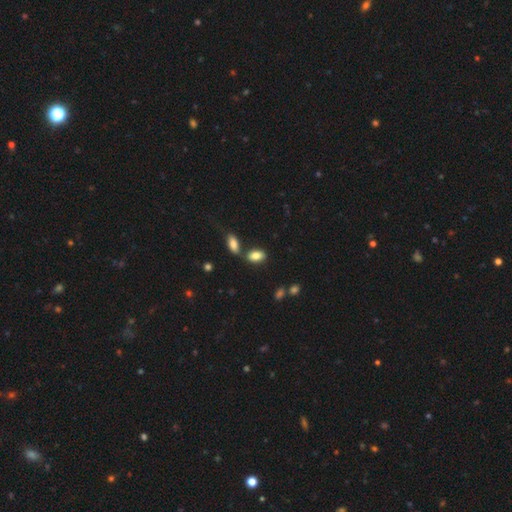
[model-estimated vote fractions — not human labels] smooth-or-featured: smooth: 83% | featured or disk: 9% | star or artifact: 8%
  how-rounded: in between: 91% | round: 6% | cigar-shaped: 4%
  merging: none: 61% | merger: 23% | minor disturbance: 12% | major disturbance: 4%